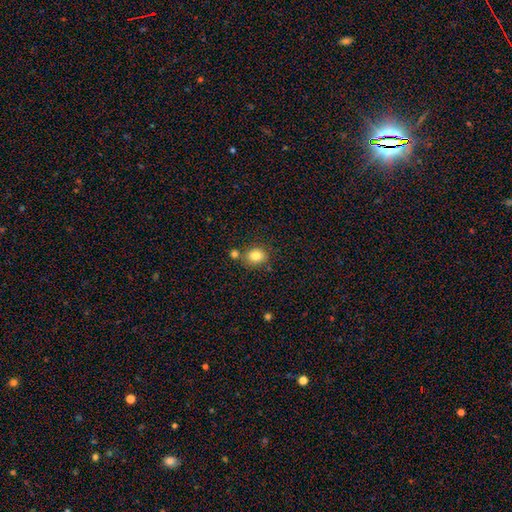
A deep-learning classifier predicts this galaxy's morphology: Smooth or featured? smooth (83%)
How rounded? round (58%)
Merging? none (70%)